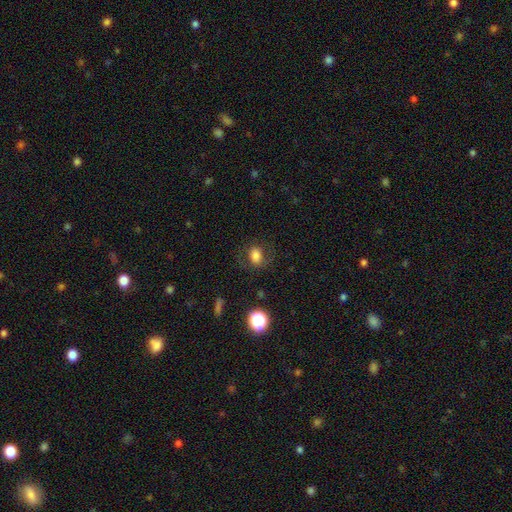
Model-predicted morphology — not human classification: The model was most divided on "how rounded": in between: 59%, round: 40%, cigar-shaped: 1%. More confident: merging — none (75%); smooth or featured — smooth (75%).